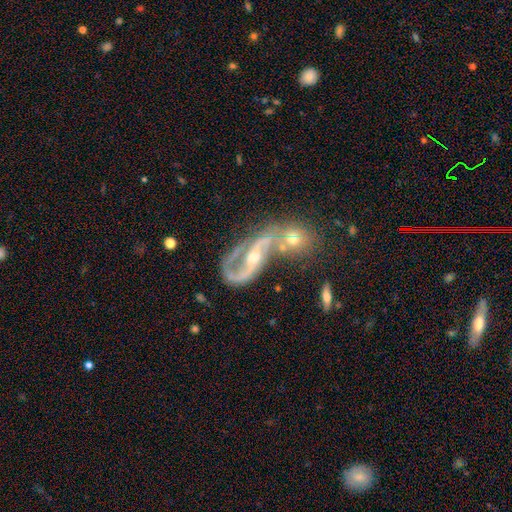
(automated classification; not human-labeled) Smooth or featured: featured or disk — 84% (smooth — 9%)
Edge-on disk: no — 94% (yes — 6%)
Bar: no — 37% (weak — 35%)
Spiral arms: yes — 89% (no — 11%)
Spiral winding: loose — 45% (medium — 39%)
Spiral arm count: 2 — 71% (1 — 19%)
Bulge size: moderate — 50% (small — 43%)
Merging: merger — 56% (none — 22%)